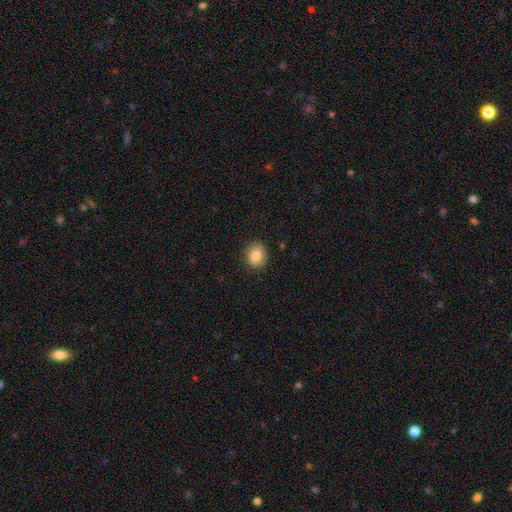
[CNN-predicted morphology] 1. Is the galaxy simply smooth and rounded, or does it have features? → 84% smooth, 8% star or artifact, 7% featured or disk.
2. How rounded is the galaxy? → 64% round, 35% in between, 1% cigar-shaped.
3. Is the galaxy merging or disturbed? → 83% none, 13% minor disturbance, 3% major disturbance, 1% merger.